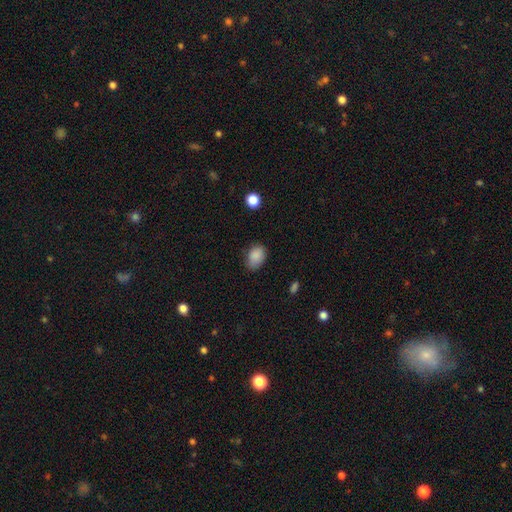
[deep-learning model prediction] smooth_or_featured: smooth (p=0.87) [alt: star or artifact p=0.09]
how_rounded: in between (p=0.79) [alt: round p=0.19]
merging: none (p=0.74) [alt: minor disturbance p=0.21]